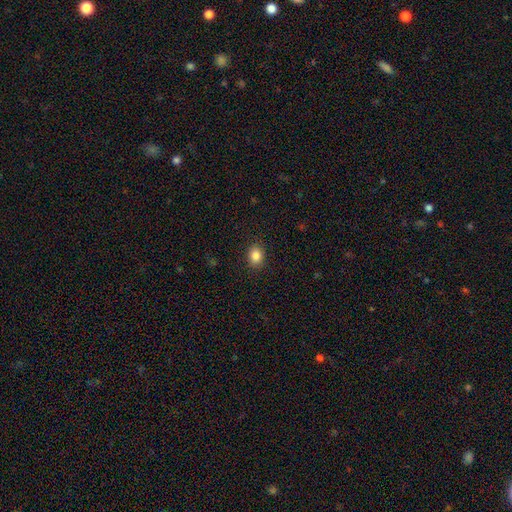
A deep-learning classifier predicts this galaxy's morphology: This is clearly a smooth galaxy (86%). How rounded: possibly in between (57%). Merging: clearly none (89%).